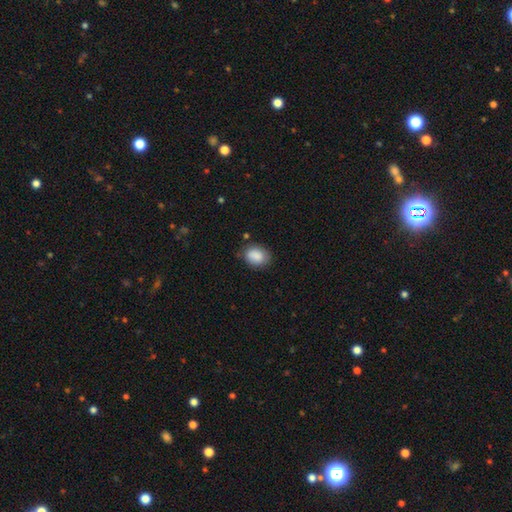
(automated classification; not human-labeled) Smooth or featured? Predicted: smooth (p=0.87). How rounded? Predicted: in between (p=0.65). Merging? Predicted: none (p=0.75).